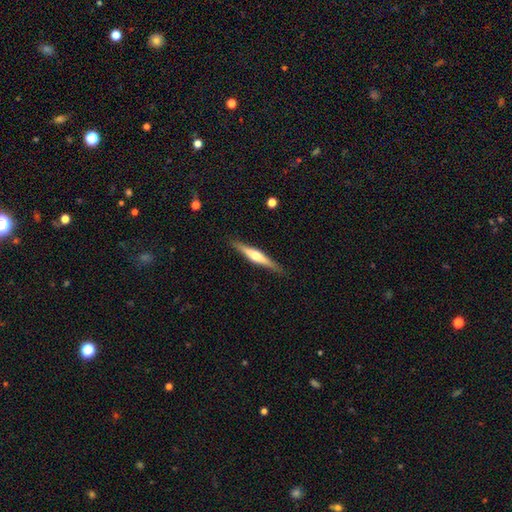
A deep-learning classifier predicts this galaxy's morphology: smooth-or-featured: featured or disk: 68% | smooth: 27% | star or artifact: 5%
  disk-edge-on: yes: 97% | no: 3%
    edge-on-bulge: rounded: 90% | boxy: 6% | none: 5%
  merging: none: 89% | minor disturbance: 8% | major disturbance: 2% | merger: 1%